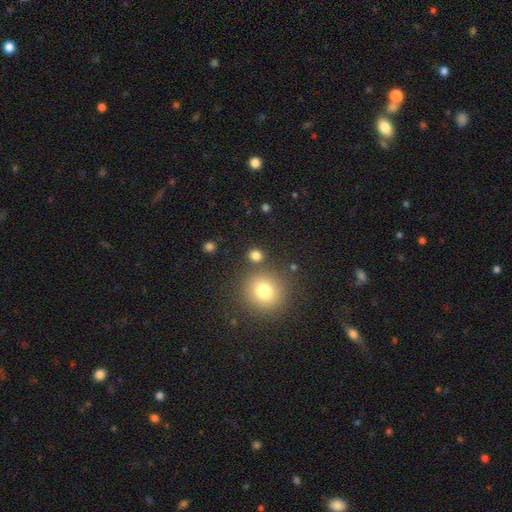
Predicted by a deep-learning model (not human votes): Morphology: type=smooth (79%); roundness=round (84%); merging=none (80%).